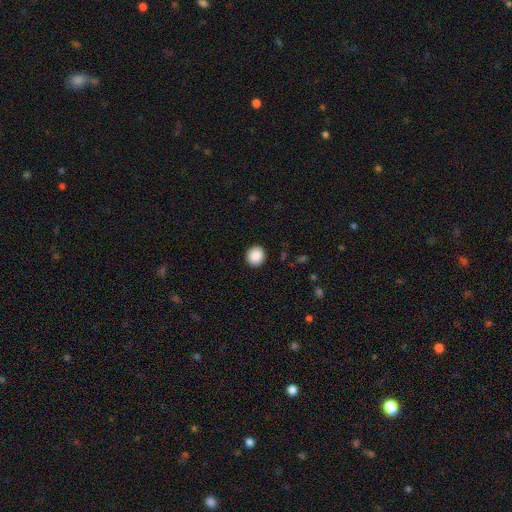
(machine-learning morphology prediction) Q: Smooth or featured?
A: smooth (89%); runner-up: star or artifact (8%)
Q: How rounded?
A: round (86%); runner-up: in between (13%)
Q: Merging?
A: none (92%); runner-up: minor disturbance (5%)